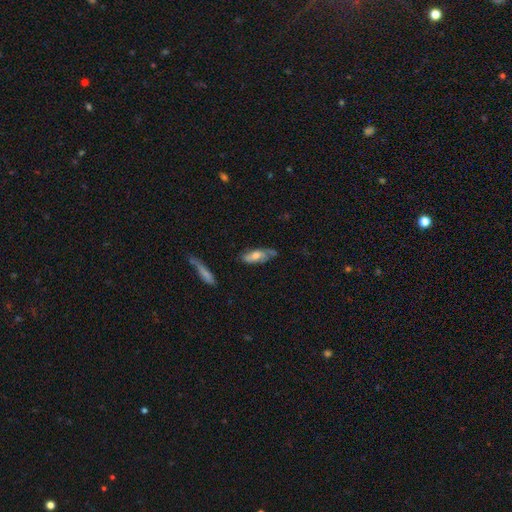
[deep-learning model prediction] This appears to be a smooth galaxy with no disk features (52%) that is in between round and cigar-shaped (67%). Merging: none (59%).